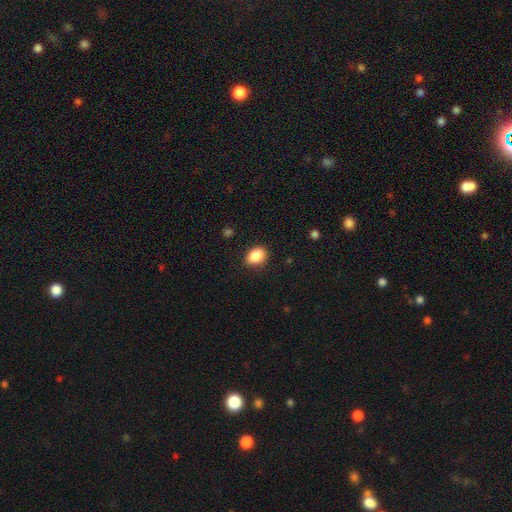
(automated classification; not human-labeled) Smooth or featured: smooth — 87% (star or artifact — 8%)
How rounded: in between — 71% (round — 28%)
Merging: none — 84% (minor disturbance — 12%)